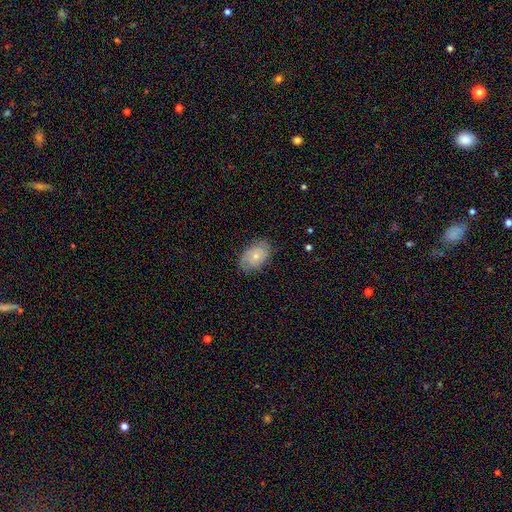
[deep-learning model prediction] Smooth or featured: smooth — 50% (featured or disk — 42%)
How rounded: in between — 85% (round — 13%)
Merging: none — 79% (minor disturbance — 16%)